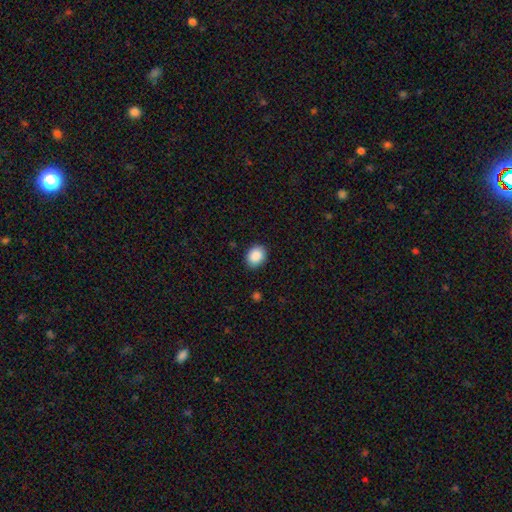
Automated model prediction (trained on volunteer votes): This is clearly a smooth galaxy (89%). How rounded: possibly round (52%). Merging: clearly none (88%).